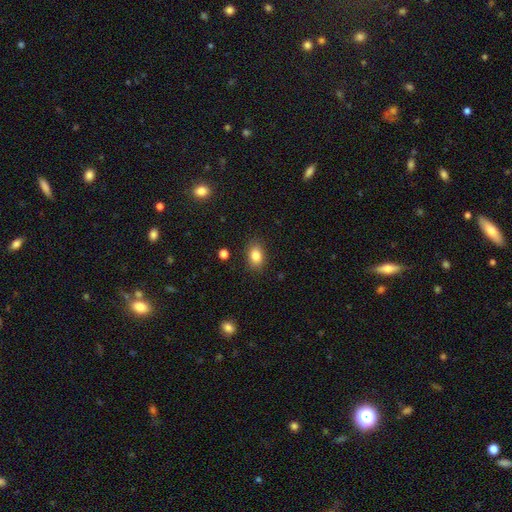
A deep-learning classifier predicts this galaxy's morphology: Smooth or featured?
  - smooth: 85% *
  - star or artifact: 9%
  - featured or disk: 6%
How rounded?
  - in between: 77% *
  - round: 21%
  - cigar-shaped: 1%
Merging?
  - none: 86% *
  - minor disturbance: 10%
  - major disturbance: 3%
  - merger: 1%